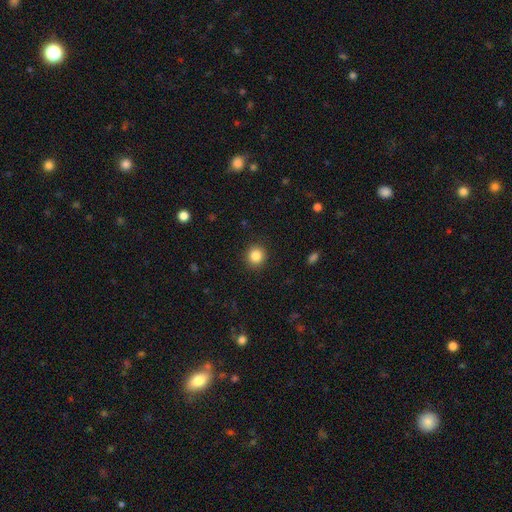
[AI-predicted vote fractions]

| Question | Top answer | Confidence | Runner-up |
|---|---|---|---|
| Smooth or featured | smooth | 85% | star or artifact (10%) |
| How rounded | round | 89% | in between (10%) |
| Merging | none | 91% | minor disturbance (6%) |